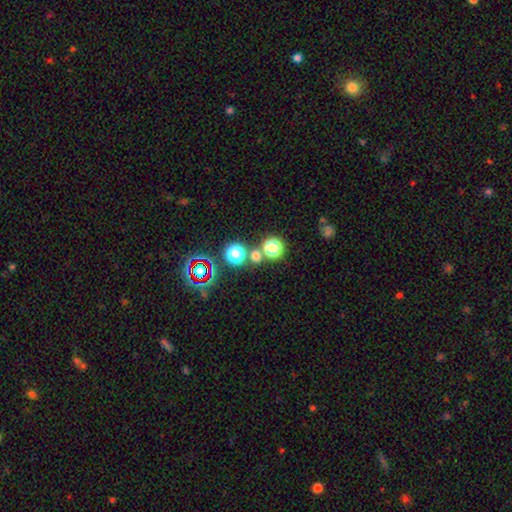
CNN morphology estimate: Overall: smooth (60%; star or artifact 33%). How rounded: round (88%). Merging: none (67%).